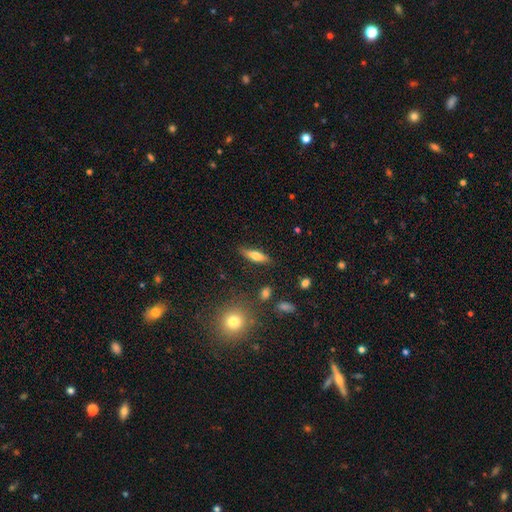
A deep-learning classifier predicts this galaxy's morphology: smooth_or_featured: smooth (p=0.58) [alt: featured or disk p=0.34]
how_rounded: cigar-shaped (p=0.59) [alt: in between p=0.38]
merging: none (p=0.84) [alt: minor disturbance p=0.11]